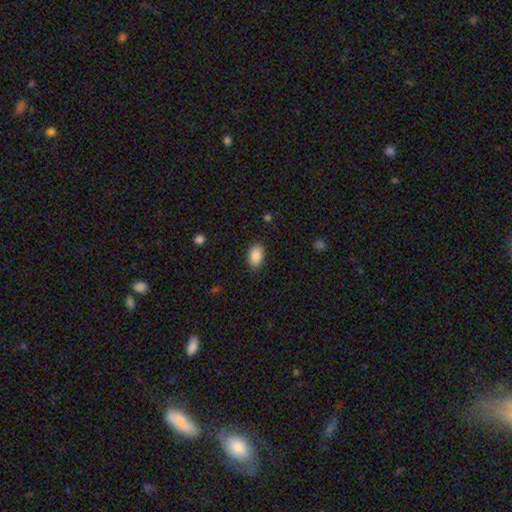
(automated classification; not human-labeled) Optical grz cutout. It shows a smooth galaxy with no disk features (88%) that is in between round and cigar-shaped (90%). Merging: none (86%).